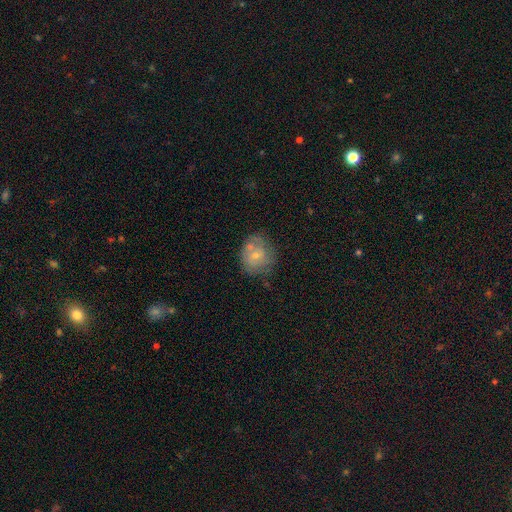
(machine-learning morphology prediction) This appears to be a smooth galaxy with no disk features (52%) that is round (67%). Merging: none (62%).